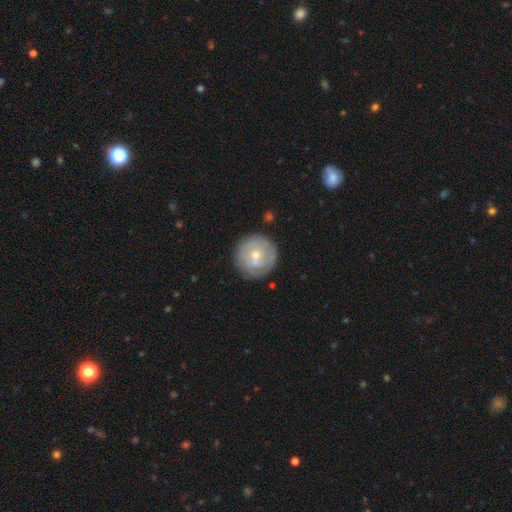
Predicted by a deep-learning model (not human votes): Overall: smooth (50%; featured or disk 44%). How rounded: round (95%). Merging: none (71%).